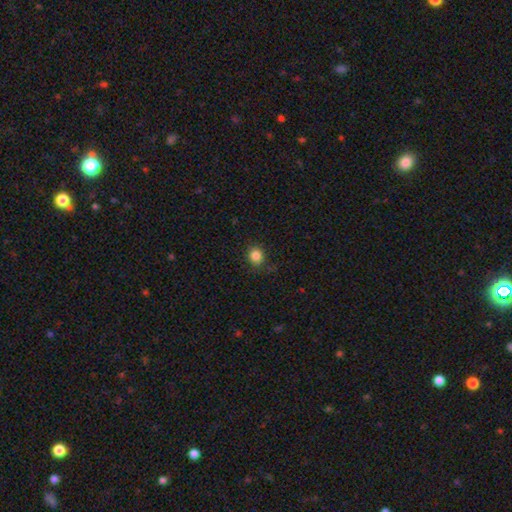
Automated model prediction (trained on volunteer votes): Smooth or featured: smooth — 85% (star or artifact — 11%)
How rounded: round — 78% (in between — 21%)
Merging: none — 85% (minor disturbance — 11%)